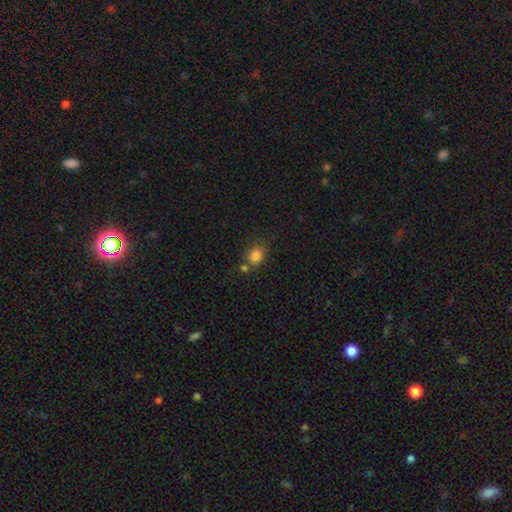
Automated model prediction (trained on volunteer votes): Q: Smooth or featured?
A: smooth (83%); runner-up: star or artifact (11%)
Q: How rounded?
A: round (59%); runner-up: in between (40%)
Q: Merging?
A: none (62%); runner-up: merger (20%)